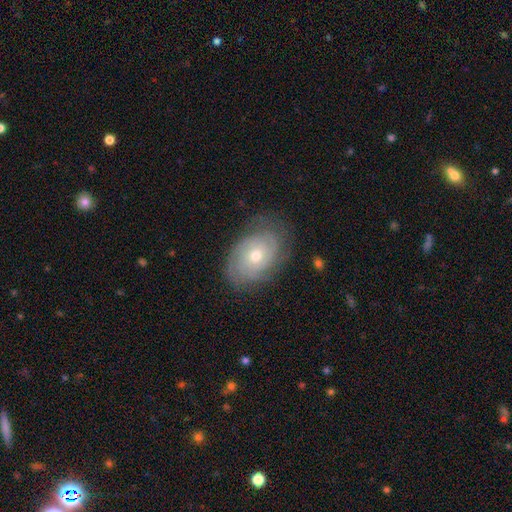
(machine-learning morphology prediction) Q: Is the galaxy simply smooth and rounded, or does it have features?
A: featured or disk — 74%.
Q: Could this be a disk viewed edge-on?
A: no — 95%.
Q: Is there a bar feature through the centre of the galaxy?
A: no — 79%.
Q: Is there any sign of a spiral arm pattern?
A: yes — 89%.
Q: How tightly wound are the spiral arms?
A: tight — 73%.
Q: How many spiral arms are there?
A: can't tell — 45%.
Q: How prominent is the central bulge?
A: moderate — 58%.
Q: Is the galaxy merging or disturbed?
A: none — 75%.